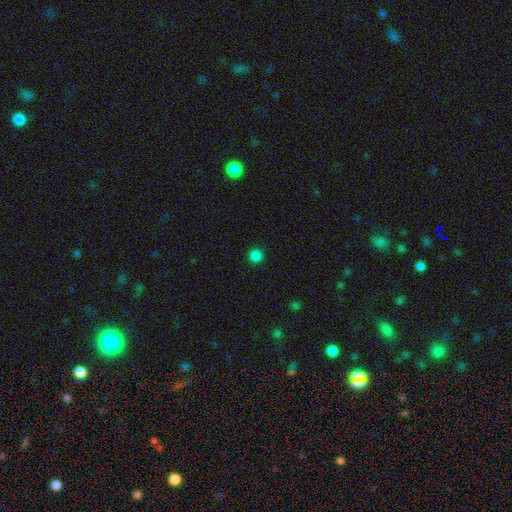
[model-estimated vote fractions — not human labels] Smooth or featured? smooth (83%)
How rounded? round (95%)
Merging? none (93%)